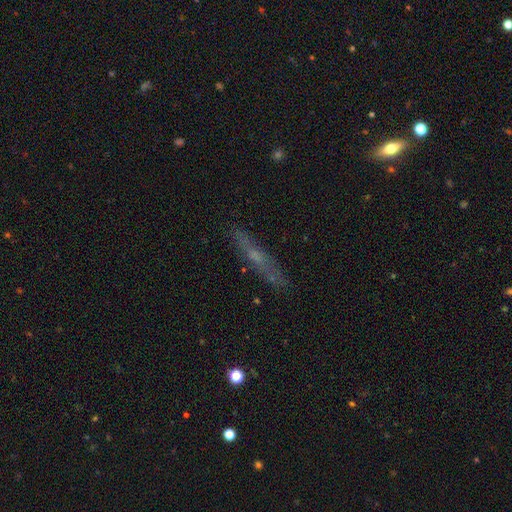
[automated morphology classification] featured or disk 55%, smooth 33%, star or artifact 12%. Down the decision tree: edge-on disk — yes (84%); merging — none (83%).